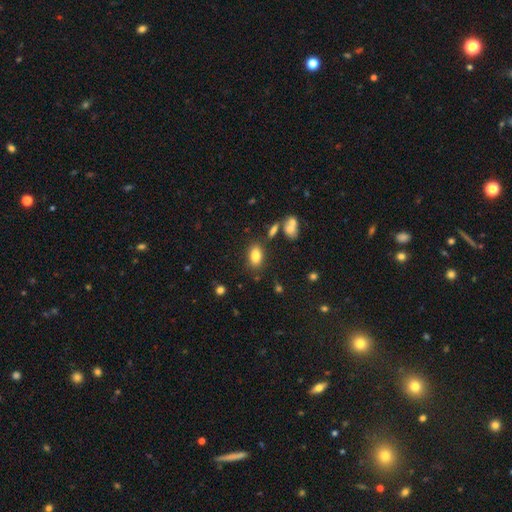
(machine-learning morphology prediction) Overall: smooth (81%). How rounded: in between (88%). Merging: none (78%).